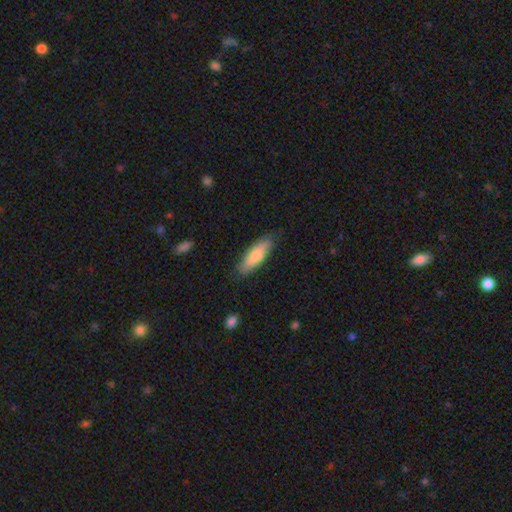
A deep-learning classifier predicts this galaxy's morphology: smooth 77%, featured or disk 18%, star or artifact 5%. Down the decision tree: how rounded — in between (55%); merging — none (82%).